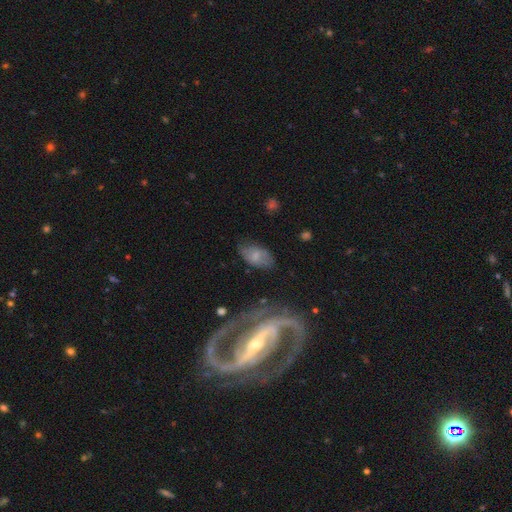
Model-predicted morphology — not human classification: type=smooth (66%); roundness=in between (93%); merging=none (70%).